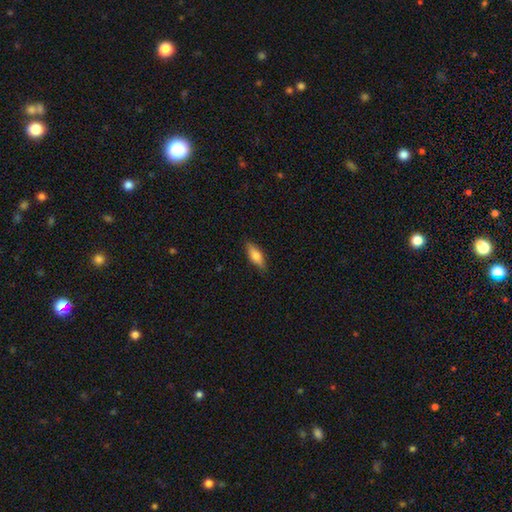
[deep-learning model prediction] The model was most divided on "how rounded": in between: 63%, cigar-shaped: 34%, round: 3%. More confident: merging — none (85%); smooth or featured — smooth (67%).